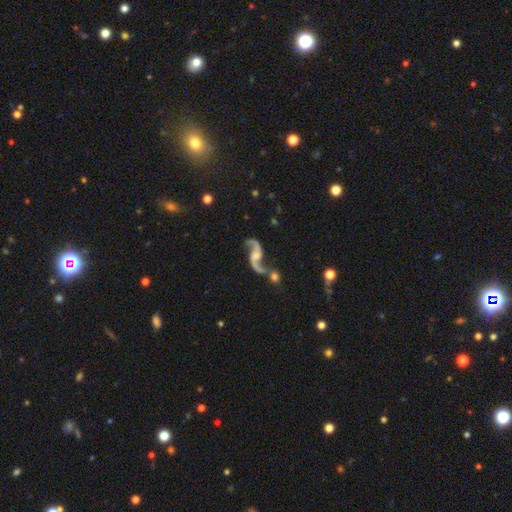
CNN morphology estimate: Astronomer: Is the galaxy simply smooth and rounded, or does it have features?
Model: featured or disk — 90%.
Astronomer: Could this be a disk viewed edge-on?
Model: no — 96%.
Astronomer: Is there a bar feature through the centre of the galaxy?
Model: no — 53% (runner-up: weak, 36%).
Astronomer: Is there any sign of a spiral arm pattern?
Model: yes — 96%.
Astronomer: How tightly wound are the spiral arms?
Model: loose — 89%.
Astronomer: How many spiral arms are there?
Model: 2 — 94%.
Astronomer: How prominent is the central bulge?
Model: small — 39% (runner-up: moderate, 31%).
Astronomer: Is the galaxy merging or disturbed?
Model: none — 47% (runner-up: merger, 30%).